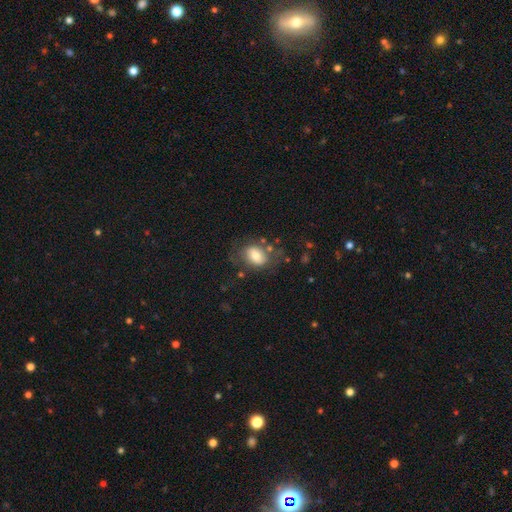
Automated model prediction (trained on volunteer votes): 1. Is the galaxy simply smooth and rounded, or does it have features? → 73% smooth, 19% featured or disk, 8% star or artifact.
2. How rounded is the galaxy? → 76% in between, 23% round, 1% cigar-shaped.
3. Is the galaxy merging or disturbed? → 58% none, 22% minor disturbance, 15% major disturbance, 5% merger.